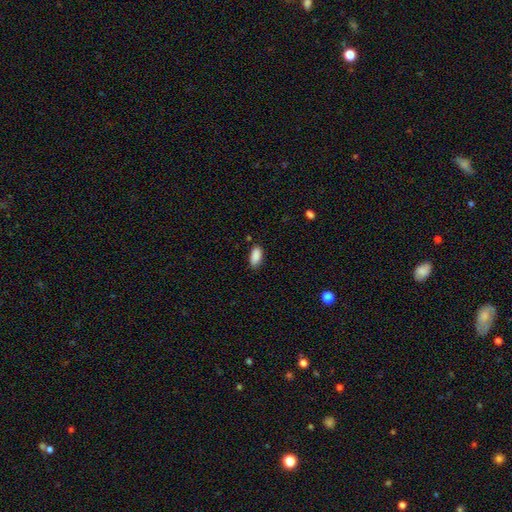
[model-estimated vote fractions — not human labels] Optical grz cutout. It shows a smooth galaxy with no disk features (89%) that is in between round and cigar-shaped (90%). Merging: none (81%).